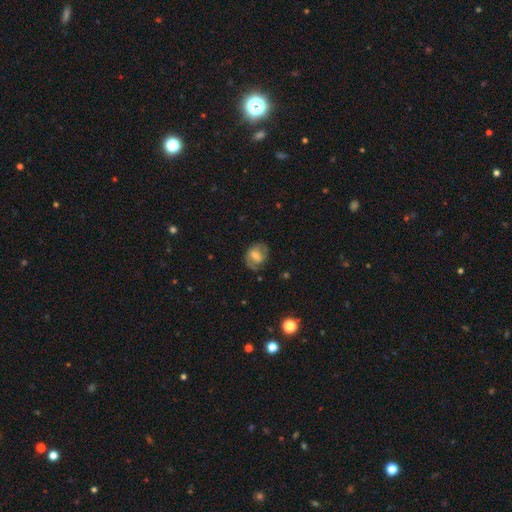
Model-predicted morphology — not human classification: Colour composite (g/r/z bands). It shows a featured or disk galaxy (50%). Merging: none (65%).